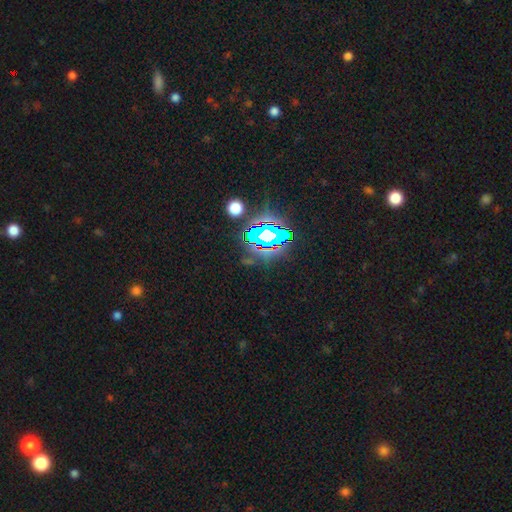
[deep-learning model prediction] The model was most divided on "smooth or featured": star or artifact: 84%, smooth: 10%, featured or disk: 7%.